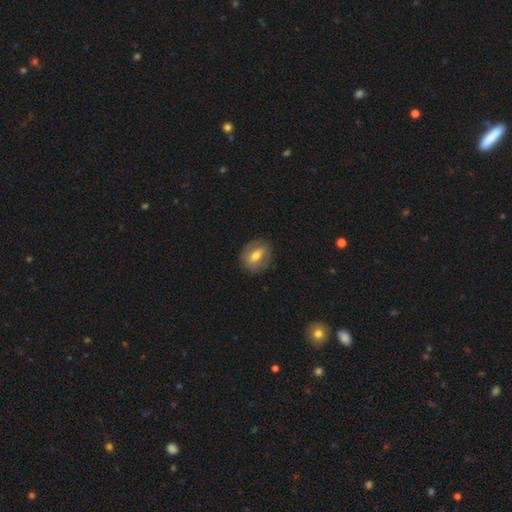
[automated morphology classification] The model was most divided on "how rounded": round: 52%, in between: 46%, cigar-shaped: 2%. More confident: merging — none (83%); smooth or featured — smooth (52%).